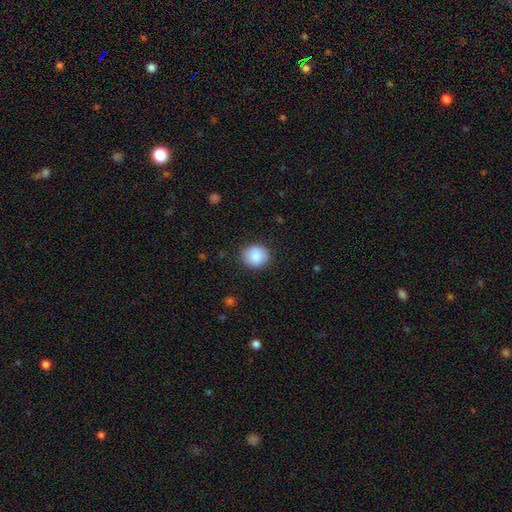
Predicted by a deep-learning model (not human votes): smooth_or_featured: smooth (p=0.88) [alt: star or artifact p=0.07]
how_rounded: round (p=0.77) [alt: in between p=0.22]
merging: none (p=0.86) [alt: minor disturbance p=0.10]